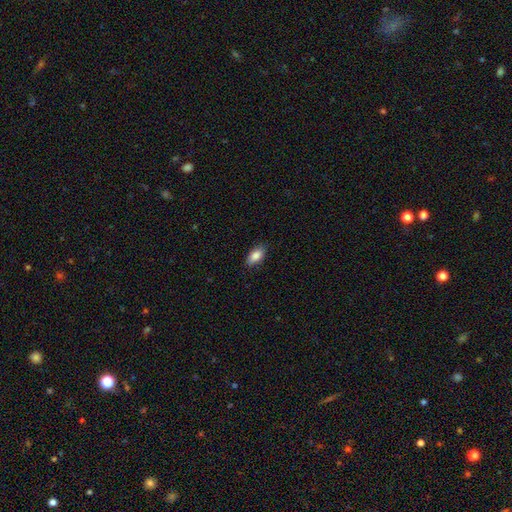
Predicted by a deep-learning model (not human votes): Morphology: type=smooth (85%); roundness=in between (90%); merging=none (85%).